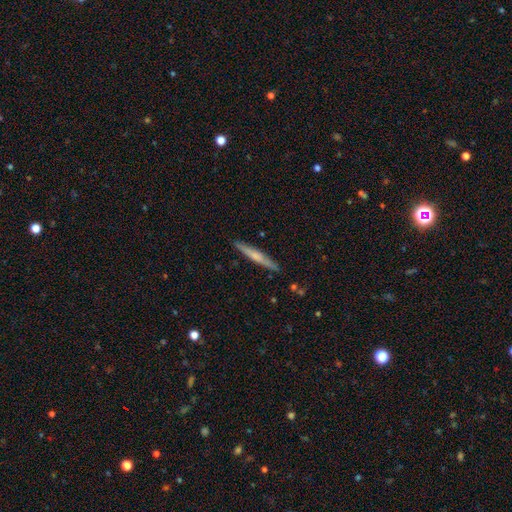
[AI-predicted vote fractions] smooth_or_featured: smooth (p=0.49) [alt: featured or disk p=0.46]
merging: none (p=0.90) [alt: minor disturbance p=0.07]